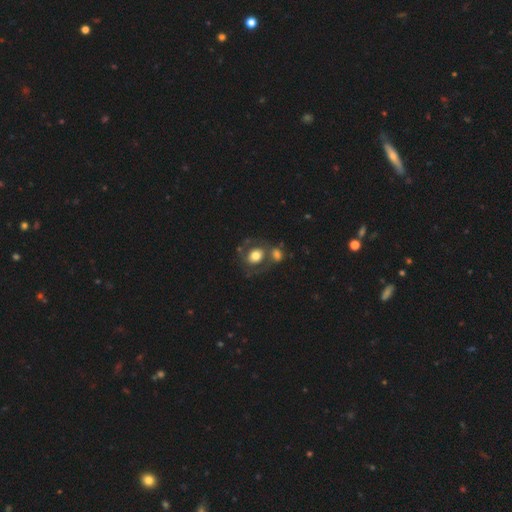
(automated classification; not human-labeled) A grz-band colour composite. It shows a smooth galaxy with no disk features (59%) that is round (56%). Merging: none (48%).